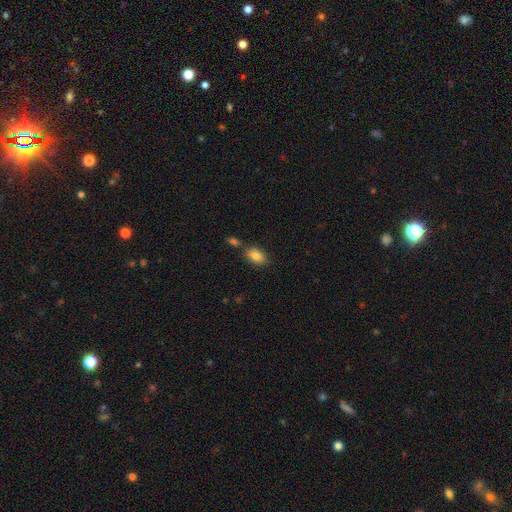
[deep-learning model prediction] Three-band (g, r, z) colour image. It shows a smooth galaxy with no disk features (81%) that is in between round and cigar-shaped (87%). Merging: none (65%).